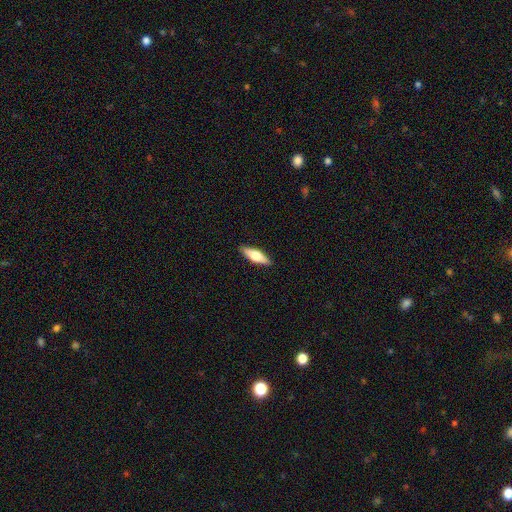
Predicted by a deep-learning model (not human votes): A smooth galaxy with no disk features (55%) that is in between round and cigar-shaped (51%).

Vote fractions:
- Smooth or featured? smooth: 55% / featured or disk: 39% / star or artifact: 6%
- How rounded? in between: 51% / cigar-shaped: 46% / round: 2%
- Merging? none: 90% / minor disturbance: 8% / major disturbance: 2% / merger: 1%